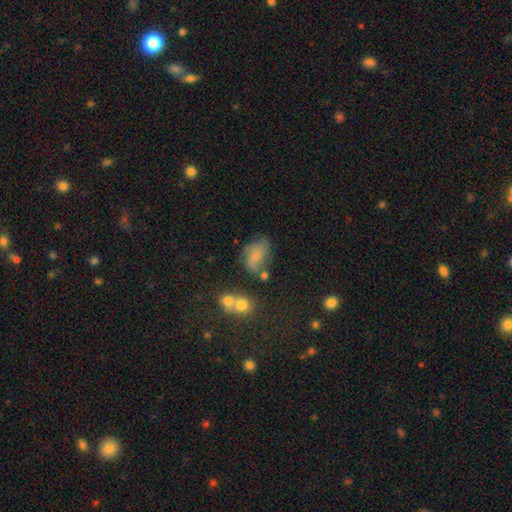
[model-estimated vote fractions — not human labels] A smooth galaxy with no disk features (52%) that is in between round and cigar-shaped (77%). Merging: none (43%).